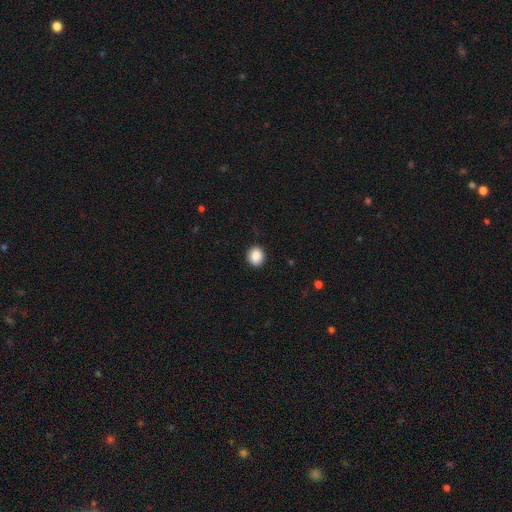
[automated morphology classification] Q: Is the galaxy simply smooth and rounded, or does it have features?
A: smooth — 88%.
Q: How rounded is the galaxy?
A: round — 77%.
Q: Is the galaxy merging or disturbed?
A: none — 90%.